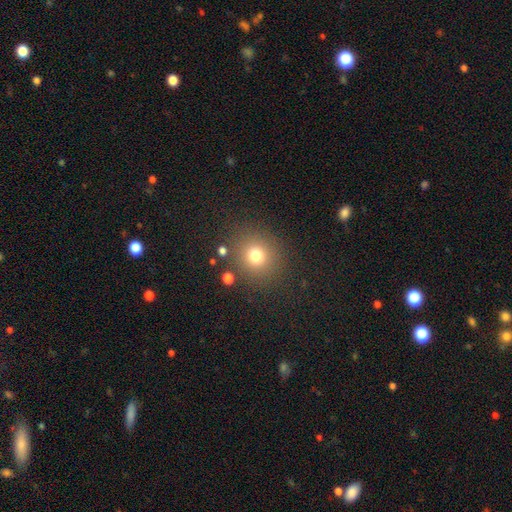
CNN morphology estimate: Smooth or featured?
  - smooth: 76% *
  - star or artifact: 16%
  - featured or disk: 9%
How rounded?
  - round: 87% *
  - in between: 12%
  - cigar-shaped: 1%
Merging?
  - none: 84% *
  - minor disturbance: 8%
  - major disturbance: 4%
  - merger: 3%